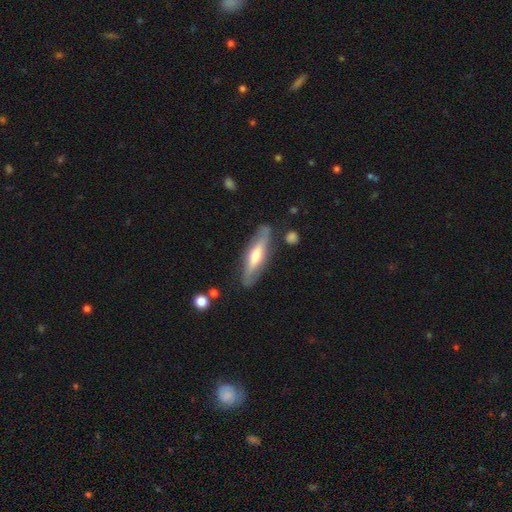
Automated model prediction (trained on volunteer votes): smooth-or-featured: featured or disk: 55% | smooth: 39% | star or artifact: 6%
  disk-edge-on: yes: 74% | no: 26%
  merging: none: 80% | minor disturbance: 14% | major disturbance: 4% | merger: 3%